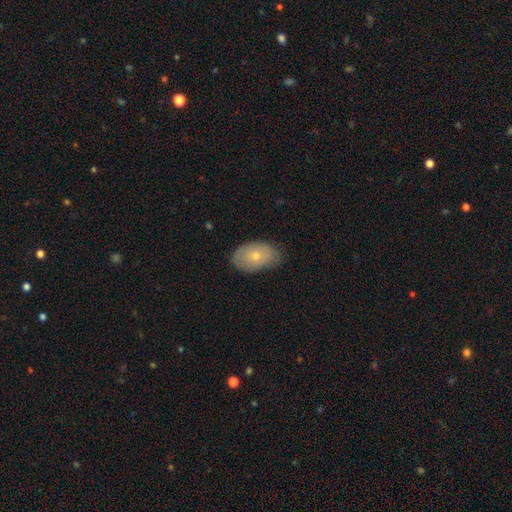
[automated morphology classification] Smooth or featured? Predicted: smooth (p=0.62). How rounded? Predicted: in between (p=0.87). Merging? Predicted: none (p=0.68).